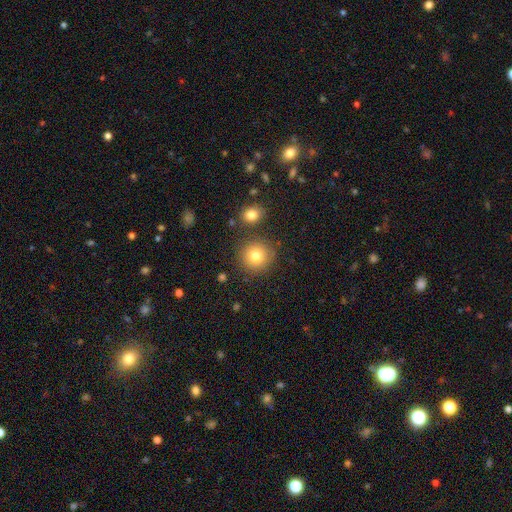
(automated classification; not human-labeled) Smooth or featured?
  - smooth: 80% *
  - star or artifact: 12%
  - featured or disk: 9%
How rounded?
  - round: 94% *
  - in between: 6%
  - cigar-shaped: 1%
Merging?
  - none: 84% *
  - minor disturbance: 7%
  - merger: 6%
  - major disturbance: 3%